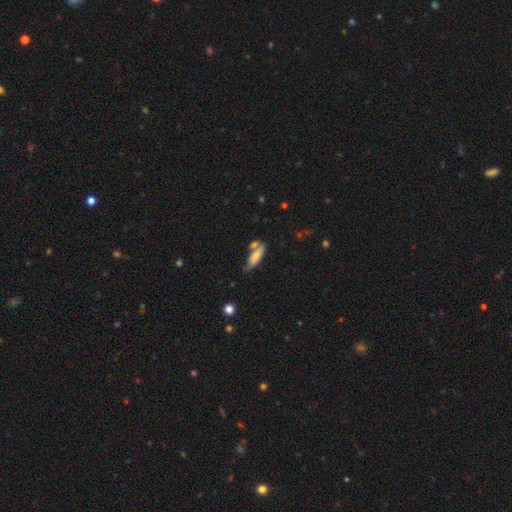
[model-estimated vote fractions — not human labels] Smooth or featured? Predicted: smooth (p=0.77). How rounded? Predicted: cigar-shaped (p=0.51). Merging? Predicted: none (p=0.49).